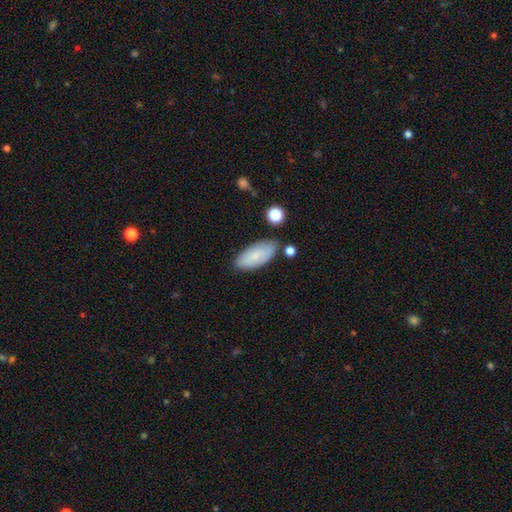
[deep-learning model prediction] This is clearly a smooth galaxy (81%). How rounded: clearly in between (89%). Merging: likely none (79%).